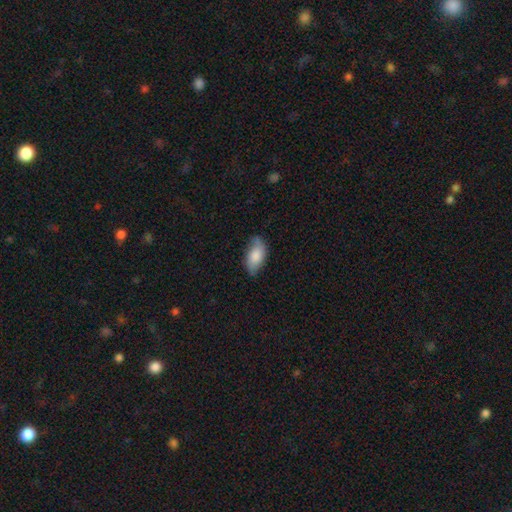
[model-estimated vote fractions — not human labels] Smooth or featured? Predicted: smooth (p=0.75). How rounded? Predicted: in between (p=0.93). Merging? Predicted: none (p=0.67).